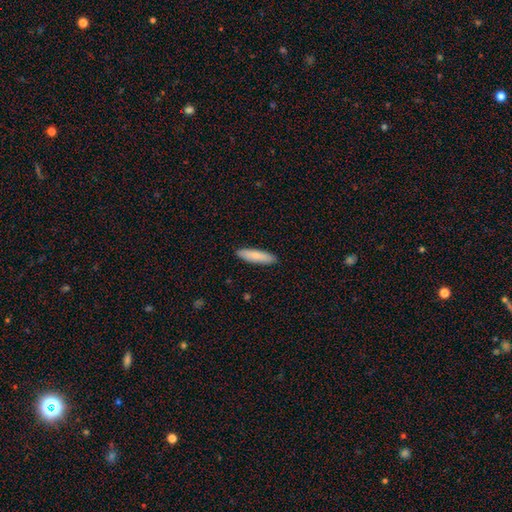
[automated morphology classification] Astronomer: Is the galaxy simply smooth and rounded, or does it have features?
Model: smooth — 81%.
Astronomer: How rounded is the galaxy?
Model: cigar-shaped — 69%.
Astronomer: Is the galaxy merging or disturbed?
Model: none — 90%.